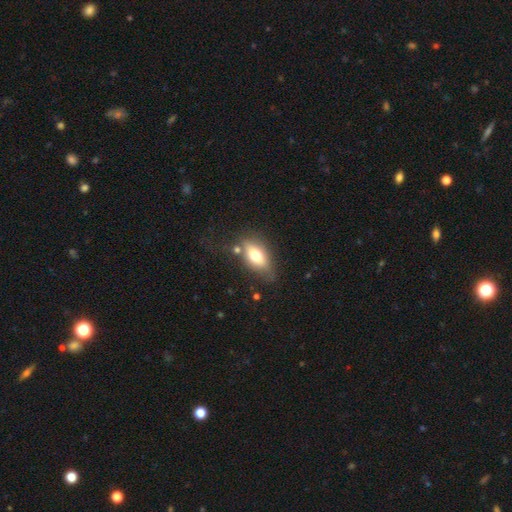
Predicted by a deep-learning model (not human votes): Overall: smooth (67%). How rounded: in between (83%). Merging: none (64%).